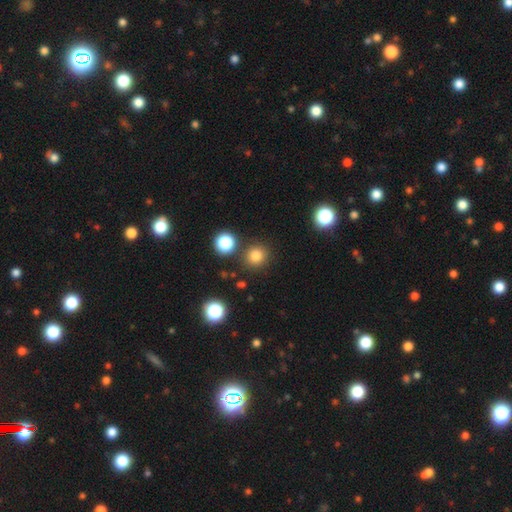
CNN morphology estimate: Overall: smooth (79%). How rounded: round (89%). Merging: none (84%).